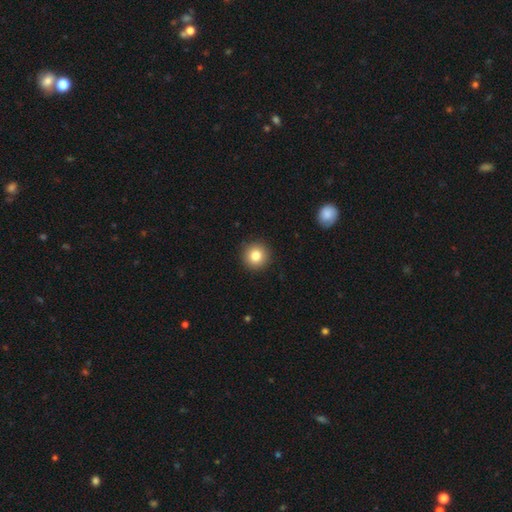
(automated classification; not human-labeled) Overall: smooth (83%). How rounded: round (95%). Merging: none (92%).